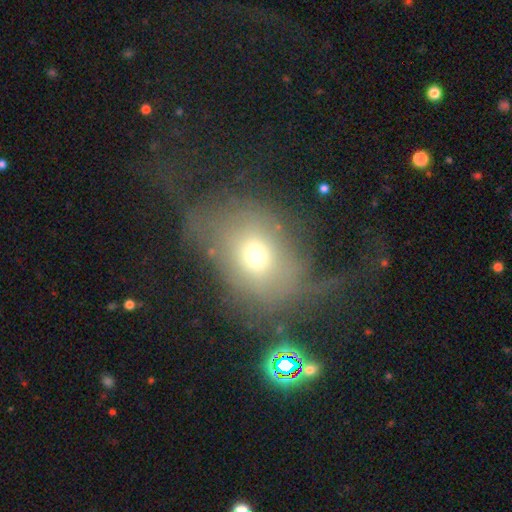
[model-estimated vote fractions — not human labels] Morphology: type=smooth (51%); roundness=in between (51%); merging=major disturbance (51%).